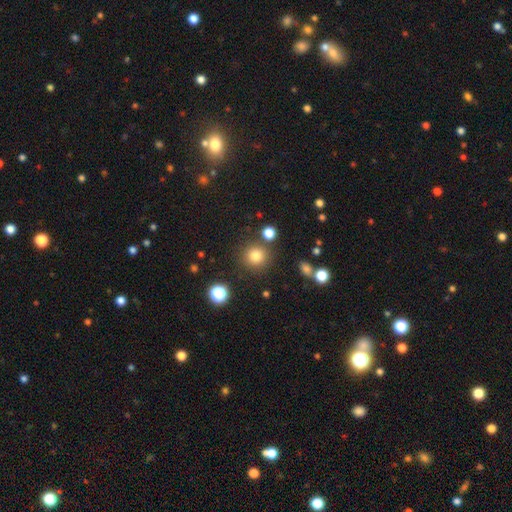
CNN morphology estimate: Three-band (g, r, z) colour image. It shows a smooth galaxy with no disk features (80%) that is round (93%). Merging: none (84%).